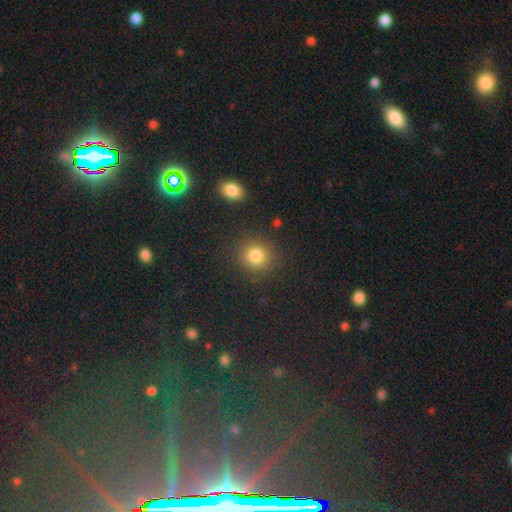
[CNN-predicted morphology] Q: Smooth or featured?
A: smooth (81%); runner-up: star or artifact (14%)
Q: How rounded?
A: round (88%); runner-up: in between (11%)
Q: Merging?
A: none (87%); runner-up: minor disturbance (7%)